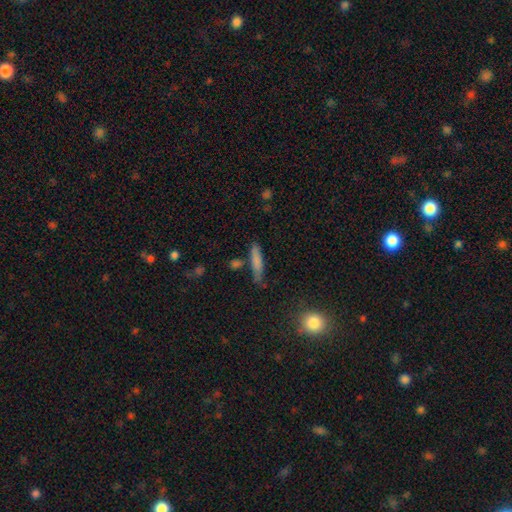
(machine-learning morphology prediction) A smooth galaxy with no disk features (74%) that is cigar-shaped (86%).

Vote fractions:
- Smooth or featured? smooth: 74% / featured or disk: 18% / star or artifact: 8%
- How rounded? cigar-shaped: 86% / in between: 11% / round: 2%
- Merging? none: 77% / minor disturbance: 14% / merger: 6% / major disturbance: 3%